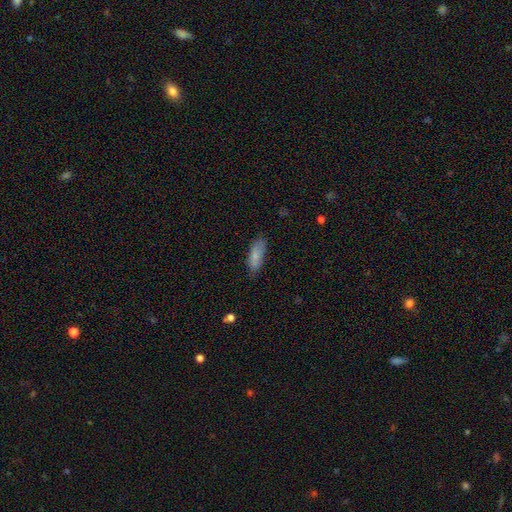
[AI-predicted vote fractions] This is clearly a smooth galaxy (81%). How rounded: likely in between (73%). Merging: likely none (76%).